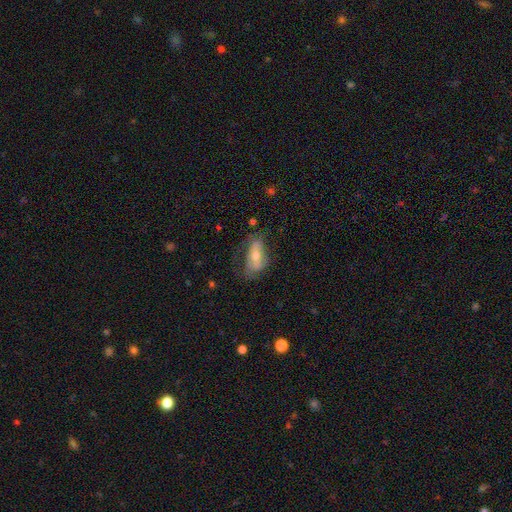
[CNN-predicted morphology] Smooth or featured? Predicted: featured or disk (p=0.50). Merging? Predicted: none (p=0.53).